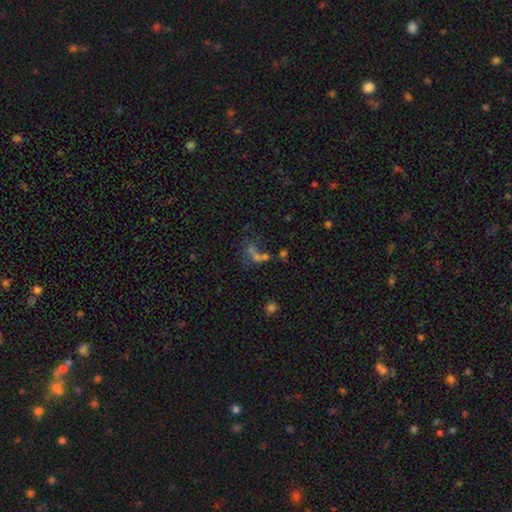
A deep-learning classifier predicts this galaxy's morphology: This appears to be a smooth galaxy with no disk features (38%). Merging: merger (40%).